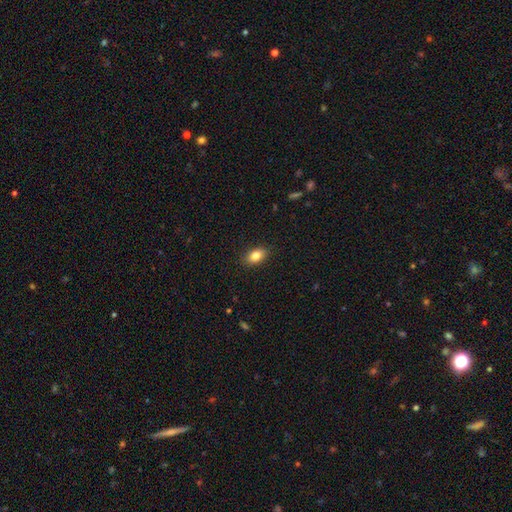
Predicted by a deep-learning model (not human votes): smooth-or-featured: smooth: 84% | star or artifact: 8% | featured or disk: 8%
  how-rounded: in between: 86% | round: 12% | cigar-shaped: 2%
  merging: none: 89% | minor disturbance: 8% | major disturbance: 2% | merger: 1%